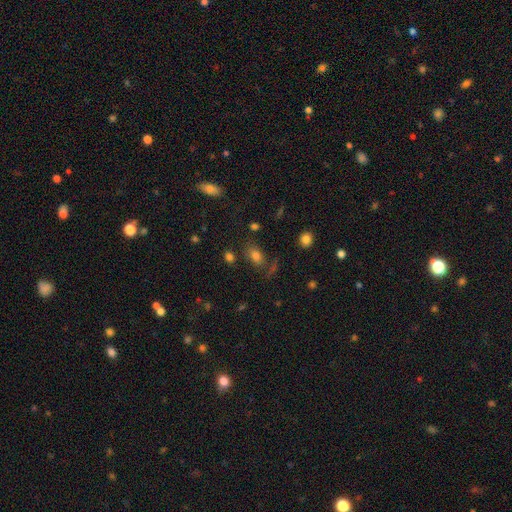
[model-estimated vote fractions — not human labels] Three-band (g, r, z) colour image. It shows a smooth galaxy with no disk features (74%) that is in between round and cigar-shaped (83%). Merging: none (68%).